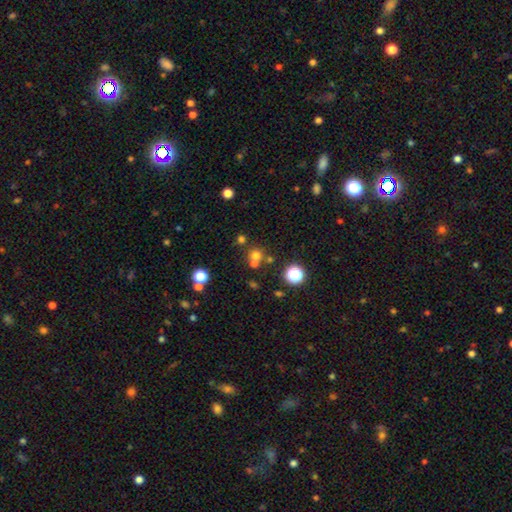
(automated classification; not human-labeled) Smooth or featured: smooth — 63% (star or artifact — 25%)
How rounded: round — 90% (in between — 9%)
Merging: none — 58% (merger — 32%)